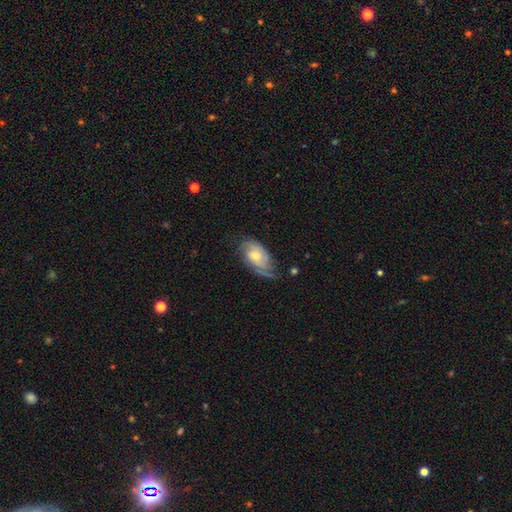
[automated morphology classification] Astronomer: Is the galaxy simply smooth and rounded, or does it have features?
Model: featured or disk — 66%.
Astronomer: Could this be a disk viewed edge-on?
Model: no — 95%.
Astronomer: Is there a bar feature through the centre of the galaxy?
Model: no — 68%.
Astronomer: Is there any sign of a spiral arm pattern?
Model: yes — 89%.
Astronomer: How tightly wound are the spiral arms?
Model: tight — 46% (runner-up: medium, 37%).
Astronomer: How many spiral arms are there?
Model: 2 — 46% (runner-up: can't tell, 27%).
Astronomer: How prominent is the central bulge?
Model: moderate — 50% (runner-up: small, 42%).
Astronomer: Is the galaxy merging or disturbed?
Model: none — 52% (runner-up: minor disturbance, 30%).